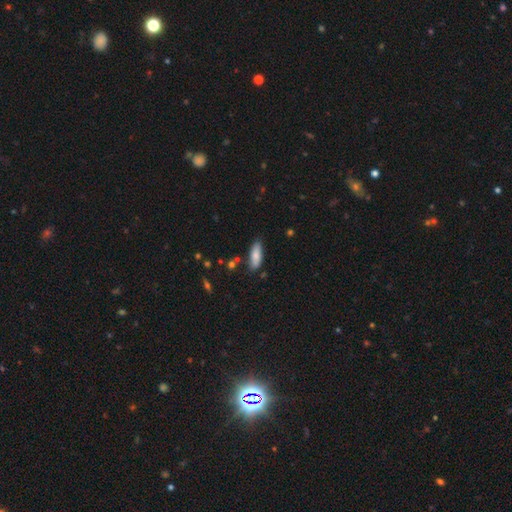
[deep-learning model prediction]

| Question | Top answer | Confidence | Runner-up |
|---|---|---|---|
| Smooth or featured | smooth | 81% | featured or disk (13%) |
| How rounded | in between | 67% | cigar-shaped (31%) |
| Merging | none | 78% | minor disturbance (16%) |